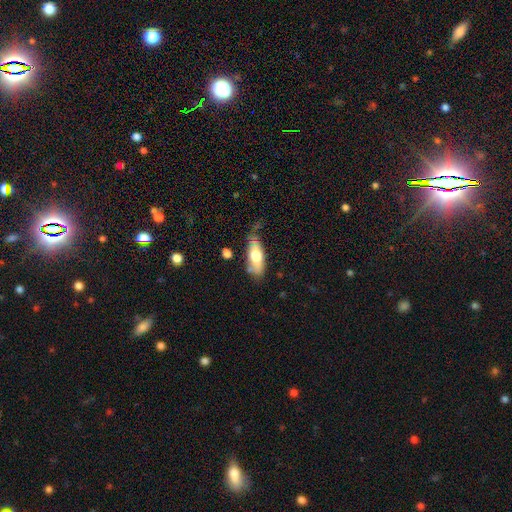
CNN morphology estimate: type=smooth (61%); roundness=in between (74%); merging=none (52%).